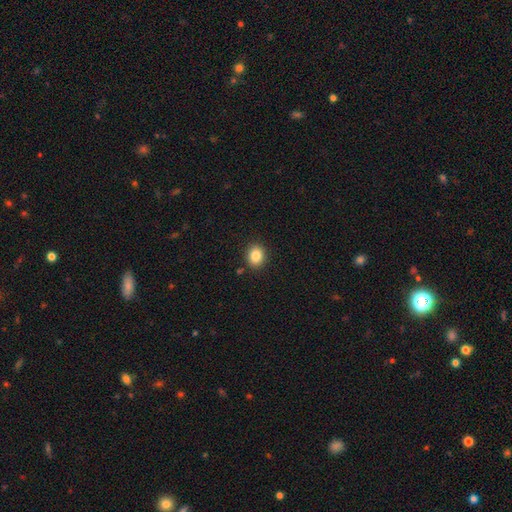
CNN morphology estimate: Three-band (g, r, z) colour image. It shows a smooth galaxy with no disk features (85%) that is round (61%). Merging: none (88%).